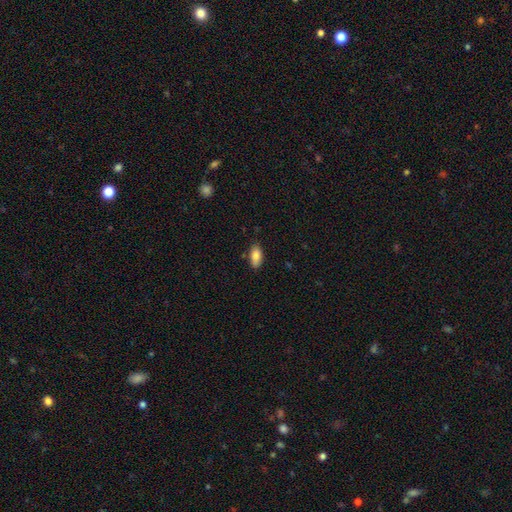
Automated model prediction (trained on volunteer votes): smooth_or_featured: smooth (p=0.84) [alt: featured or disk p=0.09]
how_rounded: in between (p=0.92) [alt: cigar-shaped p=0.05]
merging: none (p=0.80) [alt: minor disturbance p=0.15]